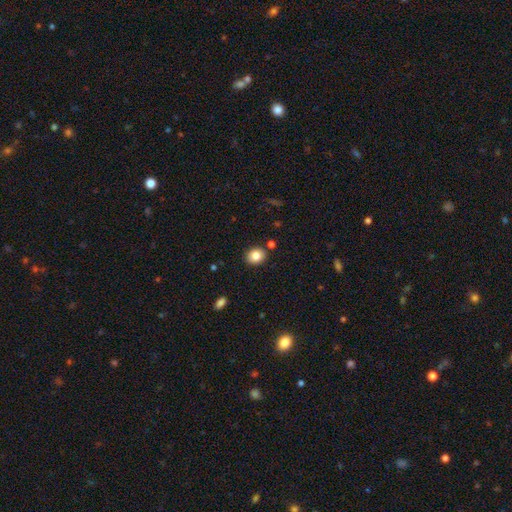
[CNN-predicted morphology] type=smooth (84%); roundness=round (62%); merging=none (86%).